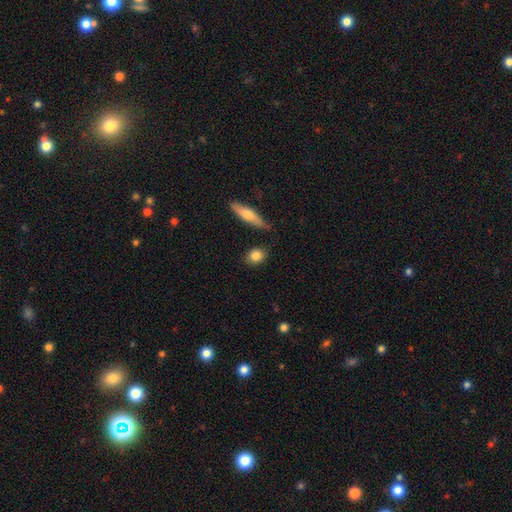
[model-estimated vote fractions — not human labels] smooth_or_featured: smooth (p=0.84) [alt: featured or disk p=0.09]
how_rounded: round (p=0.52) [alt: in between p=0.43]
merging: none (p=0.83) [alt: minor disturbance p=0.11]